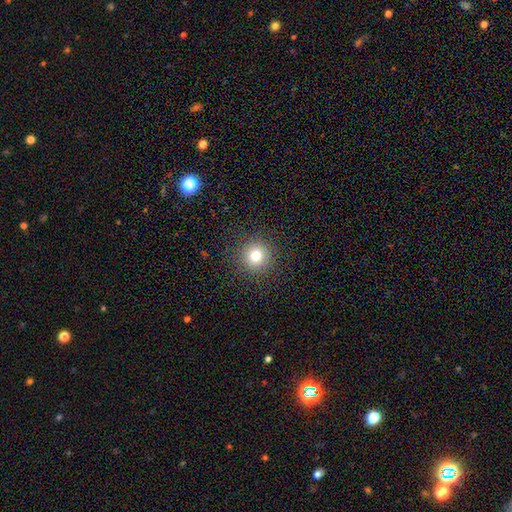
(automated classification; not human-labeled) This is likely a smooth galaxy (79%). How rounded: clearly round (95%). Merging: clearly none (91%).